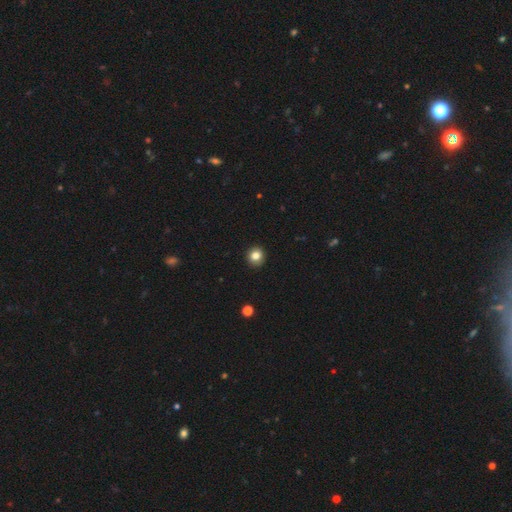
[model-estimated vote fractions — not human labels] Smooth or featured: smooth — 83% (star or artifact — 11%)
How rounded: round — 90% (in between — 9%)
Merging: none — 92% (minor disturbance — 5%)